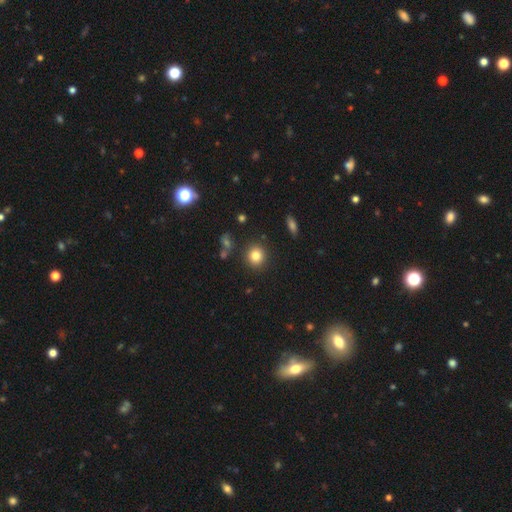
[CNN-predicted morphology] Smooth or featured?
  - smooth: 82% *
  - star or artifact: 11%
  - featured or disk: 7%
How rounded?
  - round: 88% *
  - in between: 11%
  - cigar-shaped: 1%
Merging?
  - none: 89% *
  - minor disturbance: 7%
  - merger: 2%
  - major disturbance: 2%